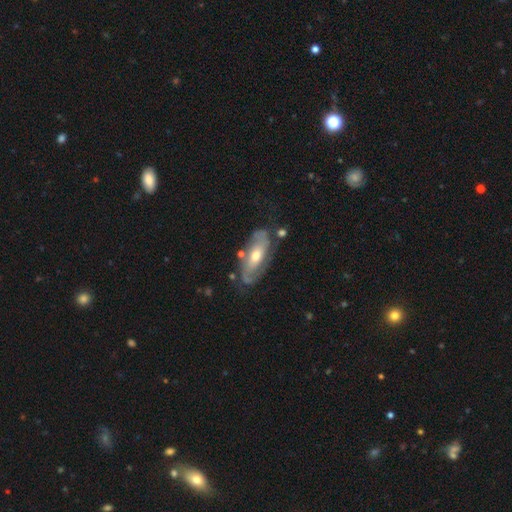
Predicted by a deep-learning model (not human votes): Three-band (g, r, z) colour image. It shows a featured or disk galaxy (74%) with no bar (57%), 2 (72%) tight (42%) spiral arms (83%) and a moderate central bulge (69%). Merging: none (68%).